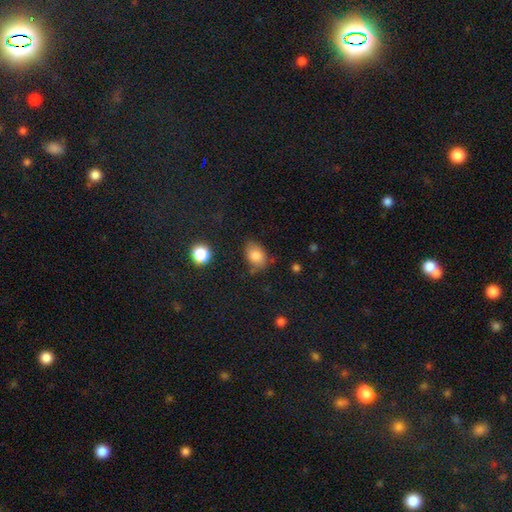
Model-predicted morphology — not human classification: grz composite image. It shows a smooth galaxy with no disk features (81%) that is in between round and cigar-shaped (71%). Merging: none (63%).